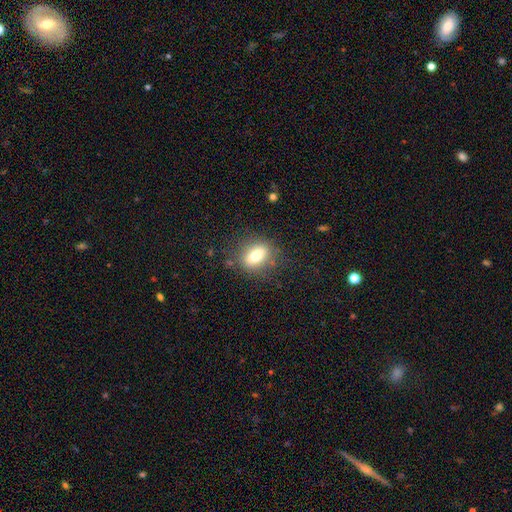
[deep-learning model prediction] Smooth or featured? Predicted: smooth (p=0.70). How rounded? Predicted: in between (p=0.67). Merging? Predicted: none (p=0.81).